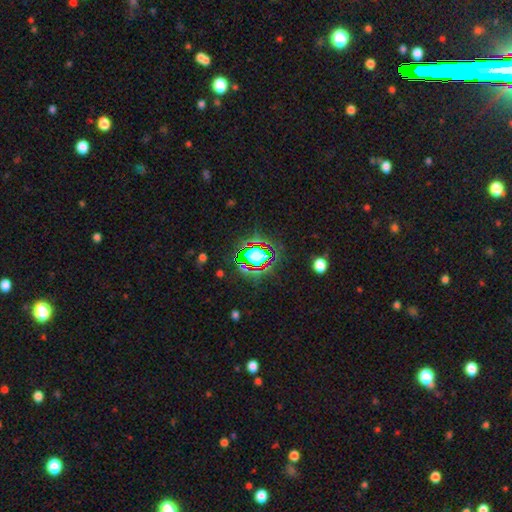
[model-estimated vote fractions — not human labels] Smooth or featured: star or artifact — 64% (smooth — 23%)